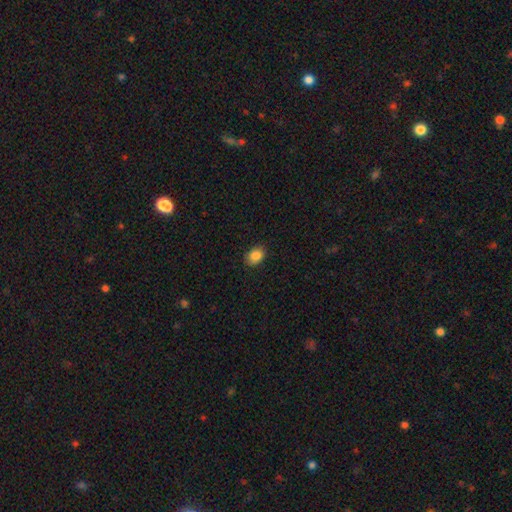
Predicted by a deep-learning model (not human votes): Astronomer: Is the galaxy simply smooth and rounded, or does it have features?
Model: smooth — 87%.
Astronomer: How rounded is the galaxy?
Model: in between — 73%.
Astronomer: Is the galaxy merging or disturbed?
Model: none — 85%.